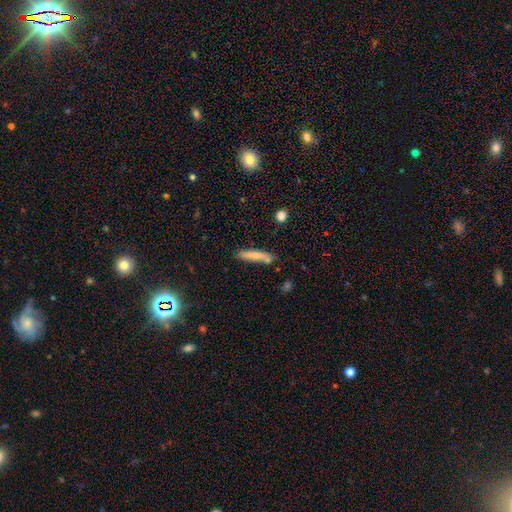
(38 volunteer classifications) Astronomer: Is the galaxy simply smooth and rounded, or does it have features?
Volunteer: smooth — 66%.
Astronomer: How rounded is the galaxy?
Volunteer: cigar-shaped — 88%.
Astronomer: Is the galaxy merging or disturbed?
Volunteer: none — 69%.